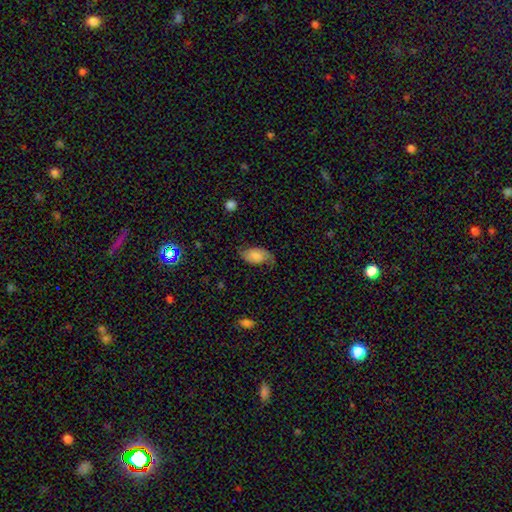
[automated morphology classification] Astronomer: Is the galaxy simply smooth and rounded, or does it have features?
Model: smooth — 52% (runner-up: featured or disk, 39%).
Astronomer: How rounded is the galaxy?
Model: in between — 92%.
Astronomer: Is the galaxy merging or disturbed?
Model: none — 61%.